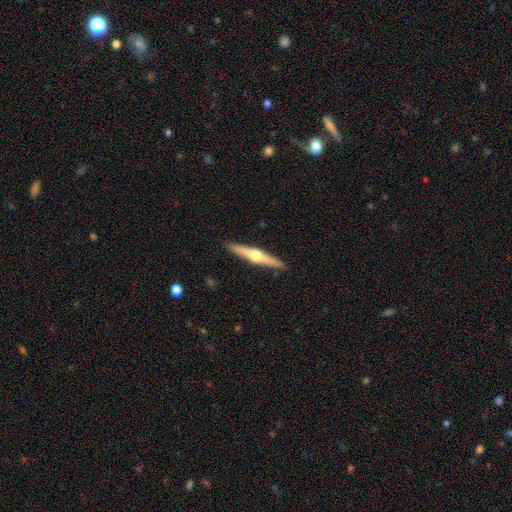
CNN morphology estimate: smooth-or-featured: featured or disk: 71% | smooth: 24% | star or artifact: 5%
  disk-edge-on: yes: 98% | no: 2%
    edge-on-bulge: rounded: 94% | none: 3% | boxy: 3%
  merging: none: 91% | minor disturbance: 6% | major disturbance: 1% | merger: 1%